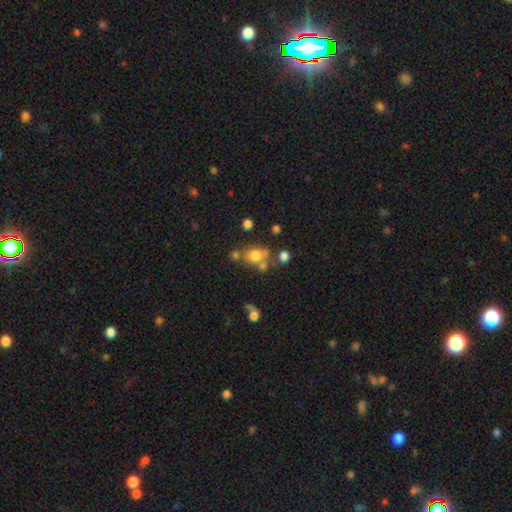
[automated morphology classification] This appears to be a smooth galaxy with no disk features (71%) that is round (50%). Merging: none (51%).